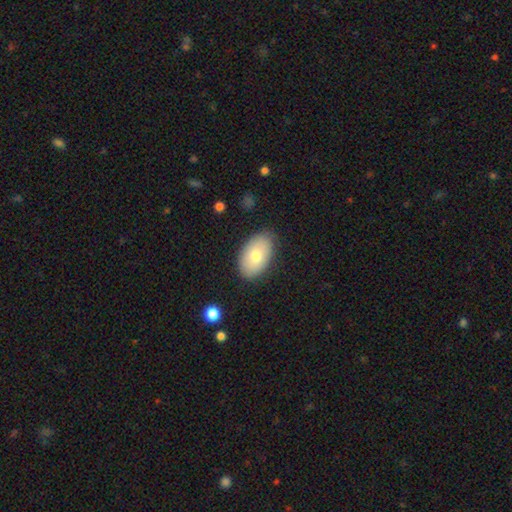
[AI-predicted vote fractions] Q: Smooth or featured?
A: smooth (74%); runner-up: featured or disk (19%)
Q: How rounded?
A: in between (93%); runner-up: round (6%)
Q: Merging?
A: none (83%); runner-up: minor disturbance (14%)